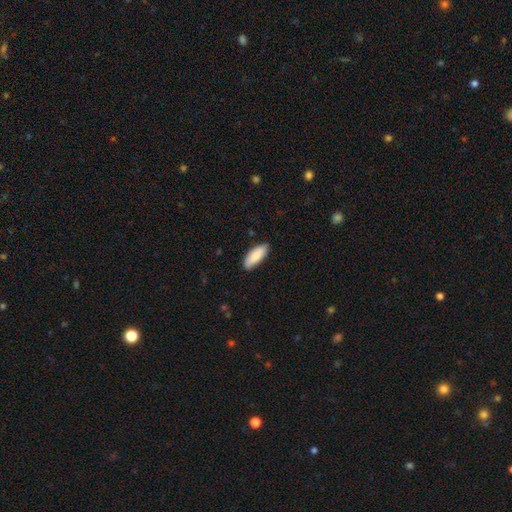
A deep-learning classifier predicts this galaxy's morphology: Smooth or featured: smooth — 86% (featured or disk — 9%)
How rounded: in between — 75% (cigar-shaped — 24%)
Merging: none — 85% (minor disturbance — 12%)